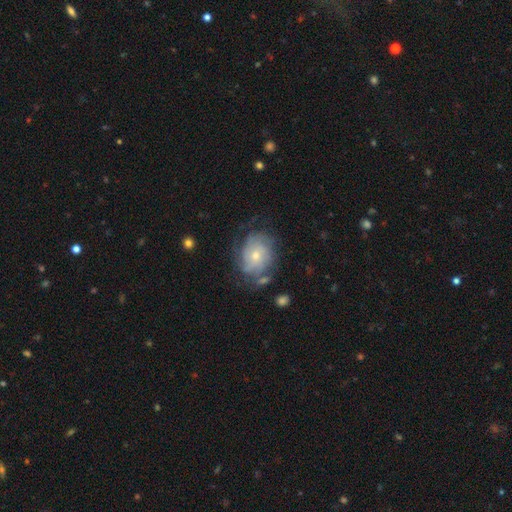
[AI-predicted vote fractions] Smooth or featured? featured or disk (67%)
Edge-on disk? no (97%)
Bar? no (78%)
Spiral arms? yes (84%)
Spiral winding? tight (59%)
Spiral arm count? can't tell (48%)
Bulge size? small (56%)
Merging? none (59%)